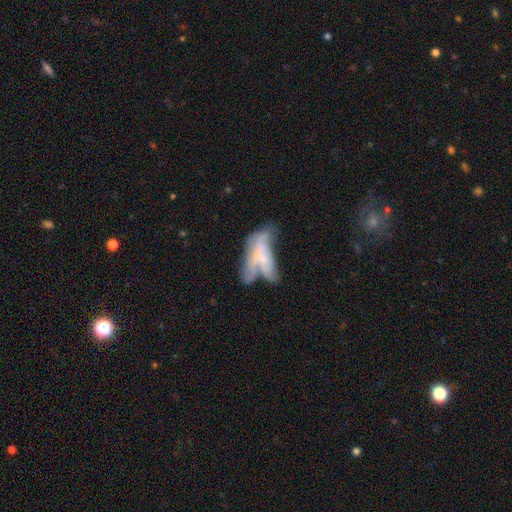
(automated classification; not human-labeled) This is possibly a featured or disk galaxy (55%). It is clearly not viewed edge-on (83%). Merging: marginally merger (38%).